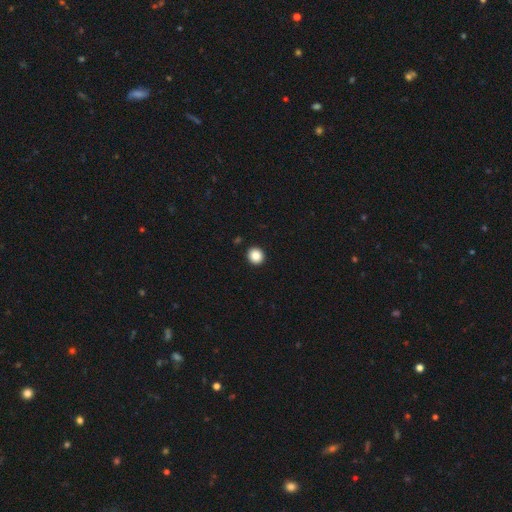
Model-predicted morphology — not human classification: Overall: smooth (88%). How rounded: round (90%). Merging: none (93%).